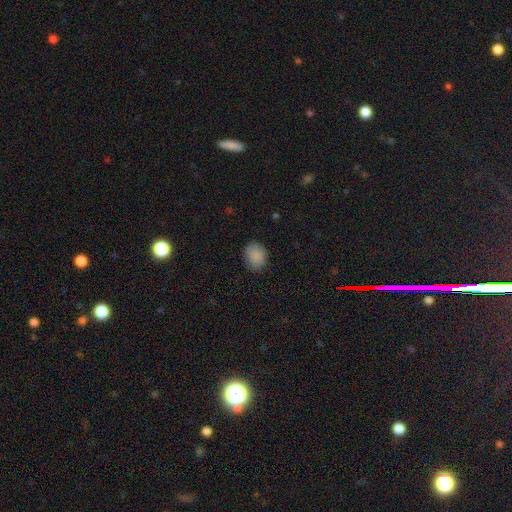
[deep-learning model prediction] smooth_or_featured: smooth (p=0.87) [alt: star or artifact p=0.08]
how_rounded: round (p=0.51) [alt: in between p=0.48]
merging: none (p=0.82) [alt: minor disturbance p=0.14]